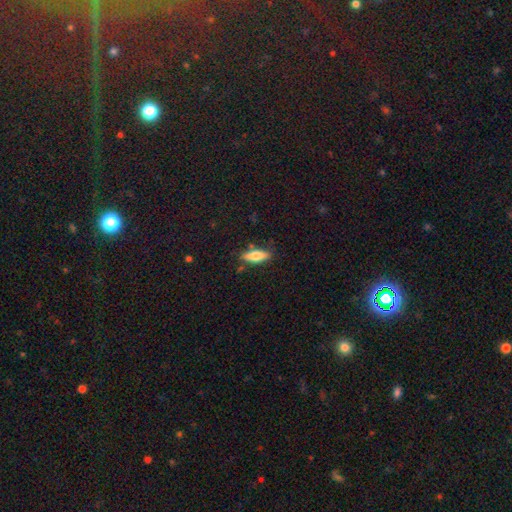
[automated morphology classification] Smooth or featured? smooth (73%)
How rounded? in between (59%)
Merging? none (79%)